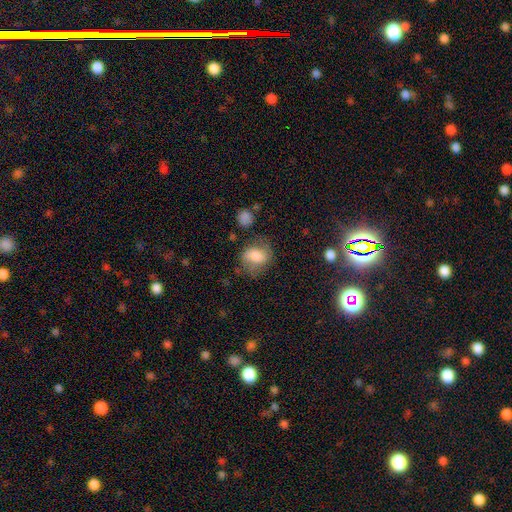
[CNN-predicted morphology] smooth 65%, featured or disk 26%, star or artifact 9%. Down the decision tree: how rounded — in between (57%); merging — none (58%).